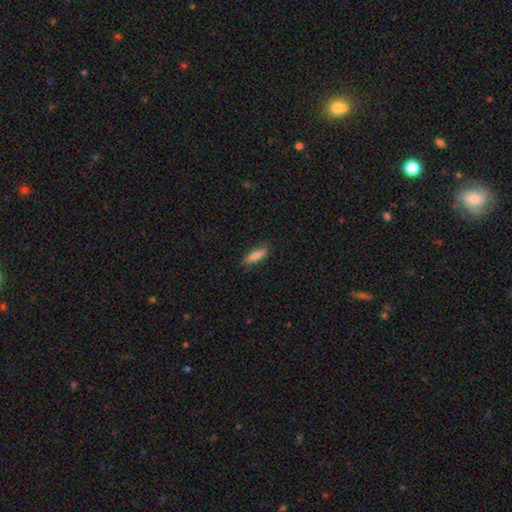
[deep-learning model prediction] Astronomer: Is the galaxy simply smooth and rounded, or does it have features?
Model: smooth — 78%.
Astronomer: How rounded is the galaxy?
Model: cigar-shaped — 56% (runner-up: in between, 41%).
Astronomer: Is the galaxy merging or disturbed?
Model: none — 81%.